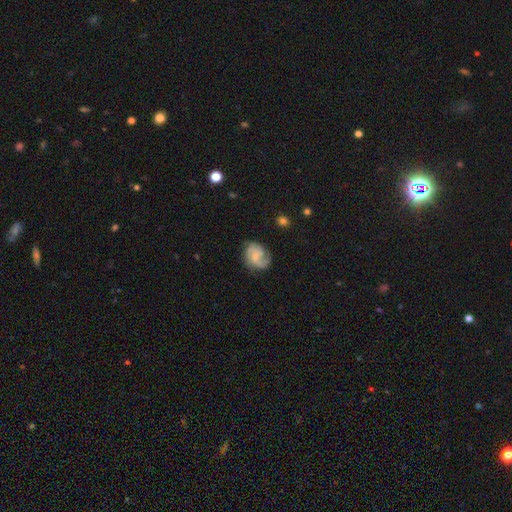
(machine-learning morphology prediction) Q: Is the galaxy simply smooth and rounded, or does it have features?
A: featured or disk — 65%.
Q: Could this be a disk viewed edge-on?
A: no — 98%.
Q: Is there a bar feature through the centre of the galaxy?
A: no — 62%.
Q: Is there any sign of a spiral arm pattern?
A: yes — 90%.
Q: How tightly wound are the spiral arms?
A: medium — 45%.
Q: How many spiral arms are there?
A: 2 — 41%.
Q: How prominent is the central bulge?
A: small — 49%.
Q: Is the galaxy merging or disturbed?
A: none — 62%.